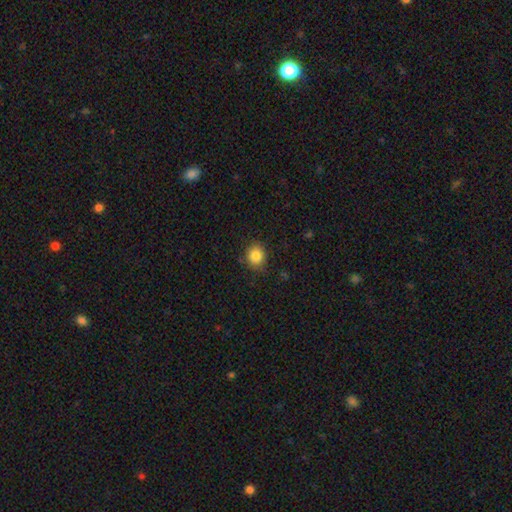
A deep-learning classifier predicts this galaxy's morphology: A smooth galaxy with no disk features (84%) that is round (73%). Merging: none (82%).